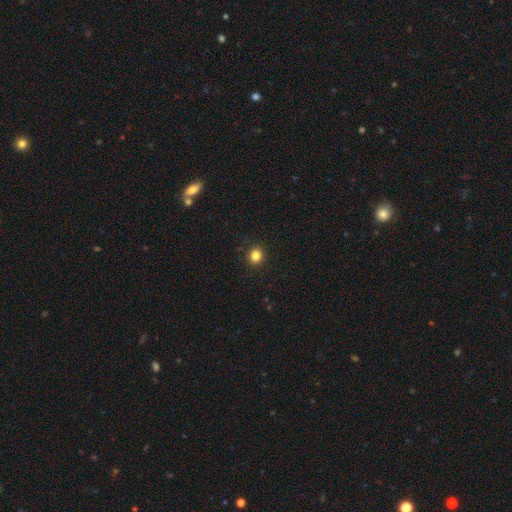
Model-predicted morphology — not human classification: smooth-or-featured: smooth: 84% | star or artifact: 12% | featured or disk: 4%
  how-rounded: round: 85% | in between: 14% | cigar-shaped: 1%
  merging: none: 91% | minor disturbance: 6% | major disturbance: 2% | merger: 1%